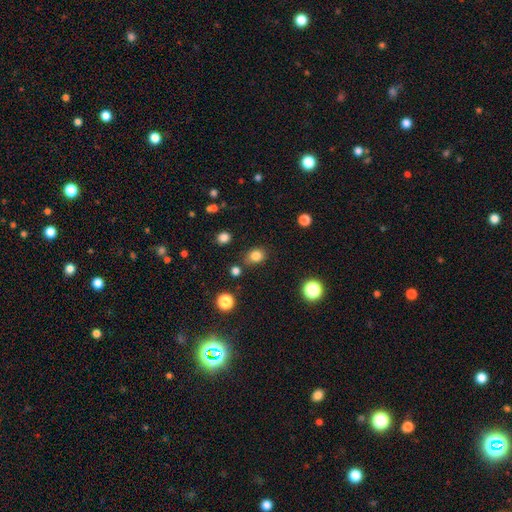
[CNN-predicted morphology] Smooth or featured? smooth (82%)
How rounded? round (63%)
Merging? none (79%)